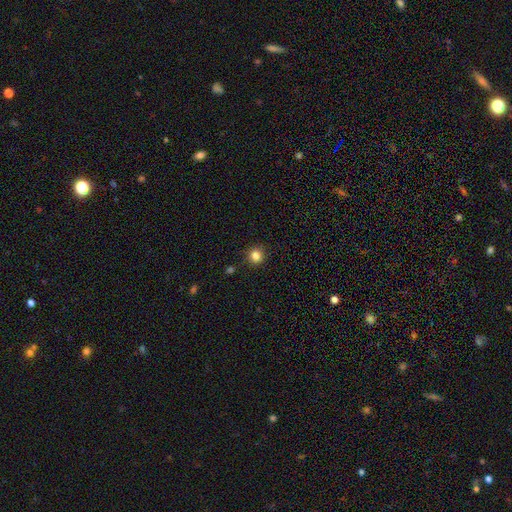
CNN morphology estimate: type=smooth (83%); roundness=round (93%); merging=none (90%).